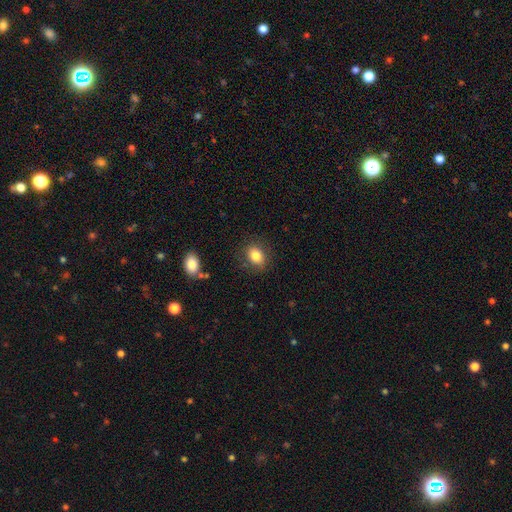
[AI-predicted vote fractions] Q: Smooth or featured?
A: smooth (84%); runner-up: star or artifact (9%)
Q: How rounded?
A: in between (65%); runner-up: round (33%)
Q: Merging?
A: none (83%); runner-up: minor disturbance (12%)